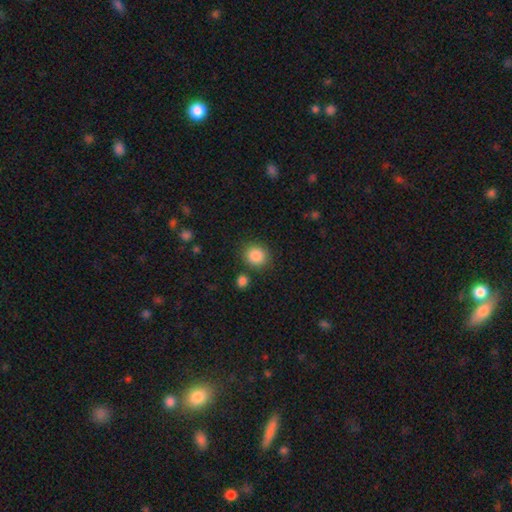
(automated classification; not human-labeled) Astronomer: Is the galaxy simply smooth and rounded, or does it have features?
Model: smooth — 87%.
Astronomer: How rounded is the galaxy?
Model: round — 84%.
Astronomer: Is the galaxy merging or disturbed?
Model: none — 83%.